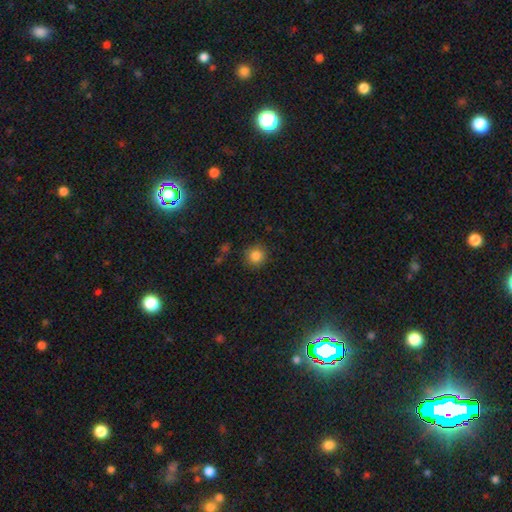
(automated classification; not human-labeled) smooth_or_featured: smooth (p=0.83) [alt: star or artifact p=0.12]
how_rounded: round (p=0.92) [alt: in between p=0.07]
merging: none (p=0.88) [alt: minor disturbance p=0.08]